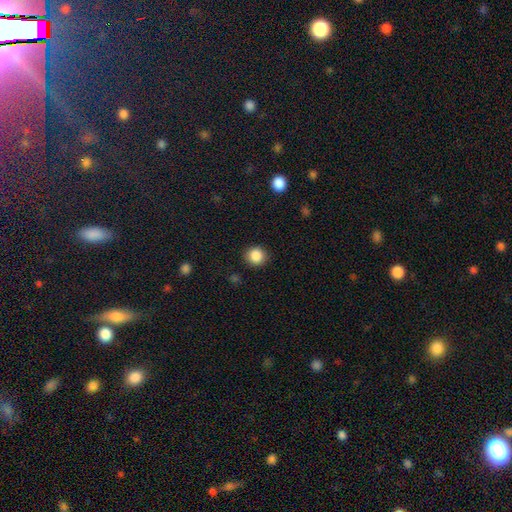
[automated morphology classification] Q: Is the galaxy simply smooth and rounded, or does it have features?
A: smooth — 87%.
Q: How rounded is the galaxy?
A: round — 90%.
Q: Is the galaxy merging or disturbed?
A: none — 90%.